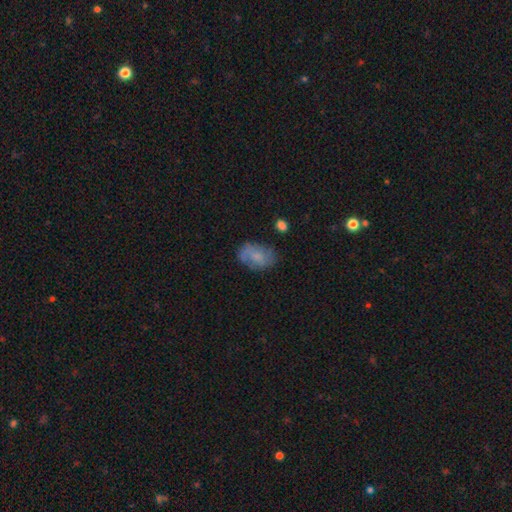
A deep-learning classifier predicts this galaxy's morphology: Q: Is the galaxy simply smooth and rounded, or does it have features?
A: smooth — 64%.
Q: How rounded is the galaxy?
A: in between — 87%.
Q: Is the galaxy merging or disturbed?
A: none — 64%.